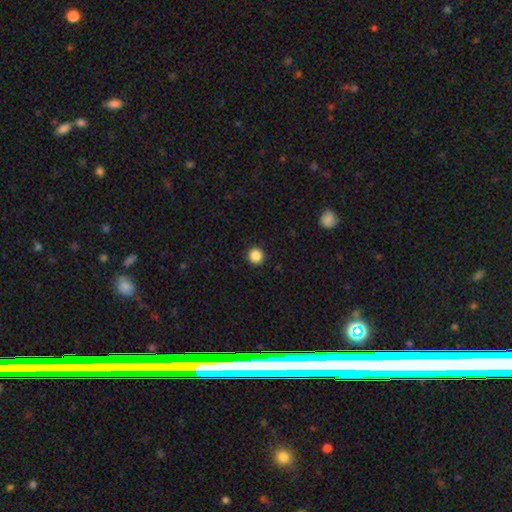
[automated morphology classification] type=smooth (87%); roundness=round (95%); merging=none (93%).